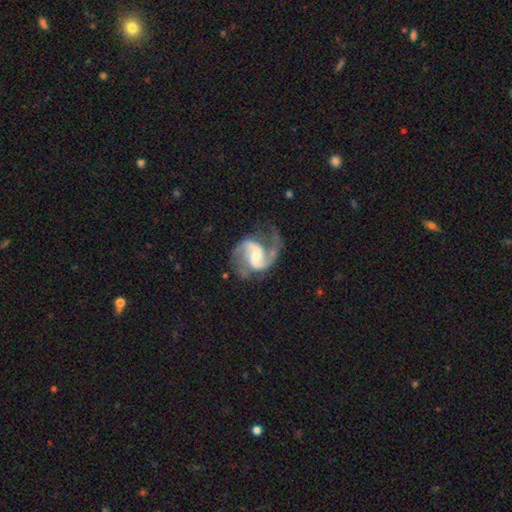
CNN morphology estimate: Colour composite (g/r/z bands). It shows a featured or disk galaxy (91%) with a weak bar (52%), 2 (89%) medium (48%) spiral arms (97%) and a small central bulge (42%). Merging: none (59%).